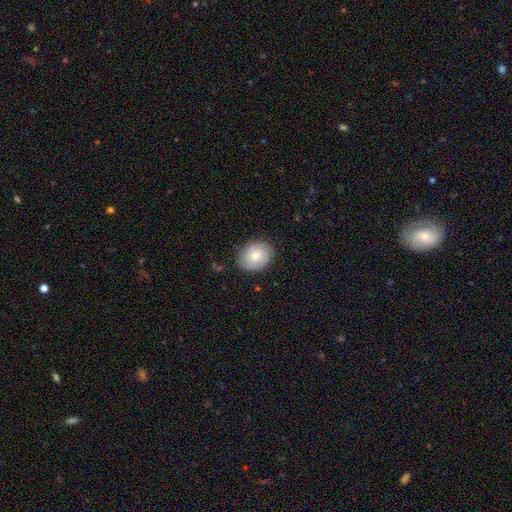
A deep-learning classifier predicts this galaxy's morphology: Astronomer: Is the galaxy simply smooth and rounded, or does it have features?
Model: smooth — 63%.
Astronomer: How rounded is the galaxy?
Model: round — 54% (runner-up: in between, 45%).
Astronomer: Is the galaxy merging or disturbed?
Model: none — 82%.